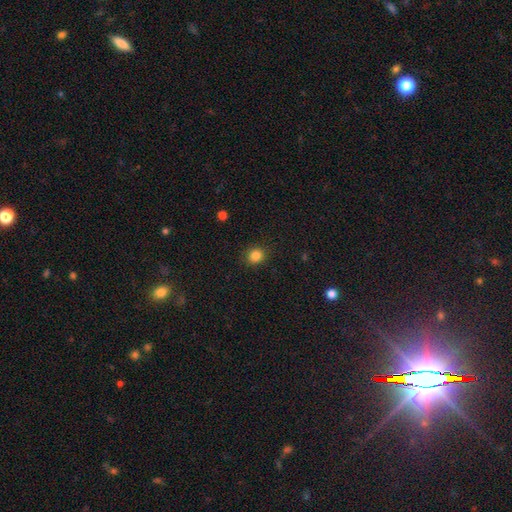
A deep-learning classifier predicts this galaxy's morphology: The model was most divided on "how rounded": round: 77%, in between: 22%, cigar-shaped: 1%. More confident: merging — none (89%); smooth or featured — smooth (85%).